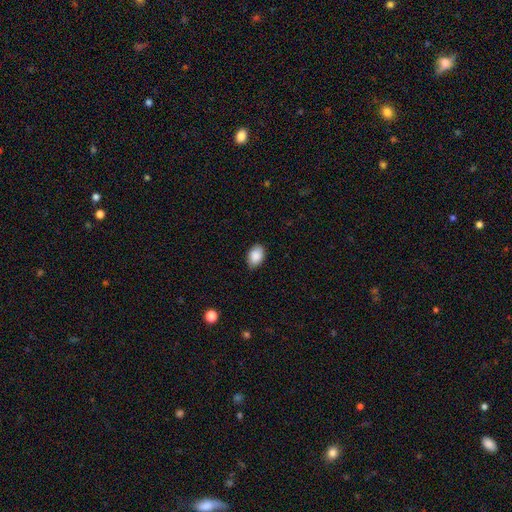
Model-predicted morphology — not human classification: Q: Smooth or featured?
A: smooth (89%); runner-up: star or artifact (7%)
Q: How rounded?
A: in between (87%); runner-up: round (12%)
Q: Merging?
A: none (81%); runner-up: minor disturbance (16%)